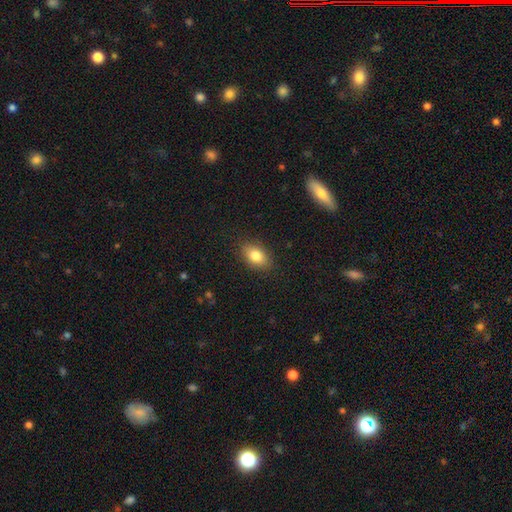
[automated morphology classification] type=smooth (81%); roundness=in between (85%); merging=none (87%).